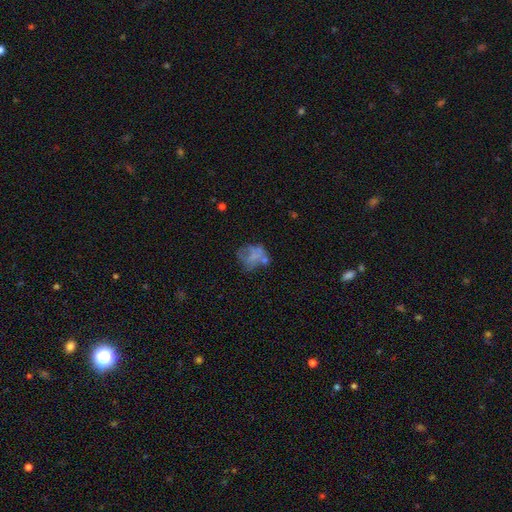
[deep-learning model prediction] Morphology: type=smooth (45%); merging=none (36%).